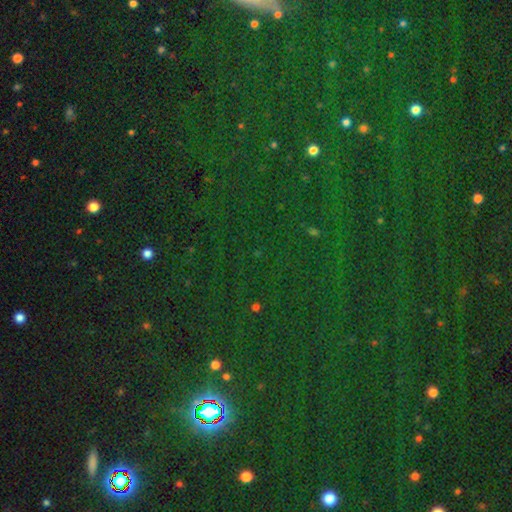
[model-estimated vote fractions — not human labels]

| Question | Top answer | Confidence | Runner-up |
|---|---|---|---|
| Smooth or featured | star or artifact | 80% | smooth (12%) |